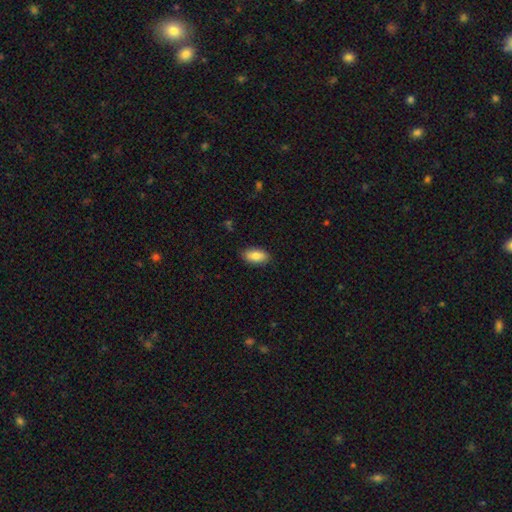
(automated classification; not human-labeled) Smooth or featured? Predicted: smooth (p=0.84). How rounded? Predicted: in between (p=0.92). Merging? Predicted: none (p=0.86).